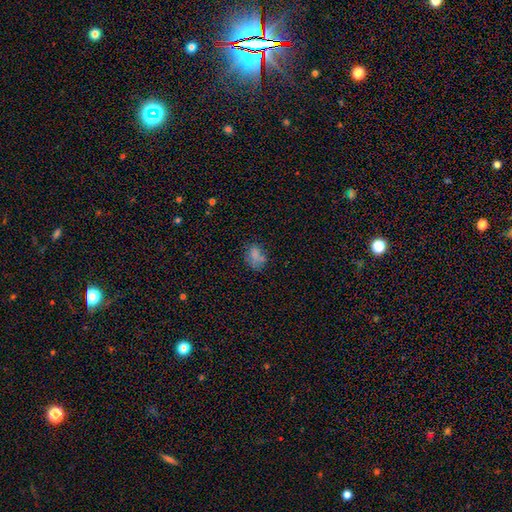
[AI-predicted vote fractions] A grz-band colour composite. It shows a smooth galaxy with no disk features (69%) that is in between round and cigar-shaped (72%). Merging: none (51%).